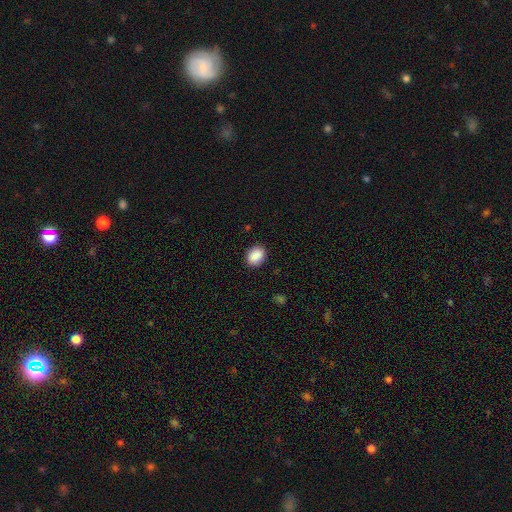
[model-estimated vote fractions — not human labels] A smooth galaxy with no disk features (89%) that is in between round and cigar-shaped (64%).

Vote fractions:
- Smooth or featured? smooth: 89% / star or artifact: 7% / featured or disk: 3%
- How rounded? in between: 64% / round: 35% / cigar-shaped: 1%
- Merging? none: 88% / minor disturbance: 8% / major disturbance: 2% / merger: 1%